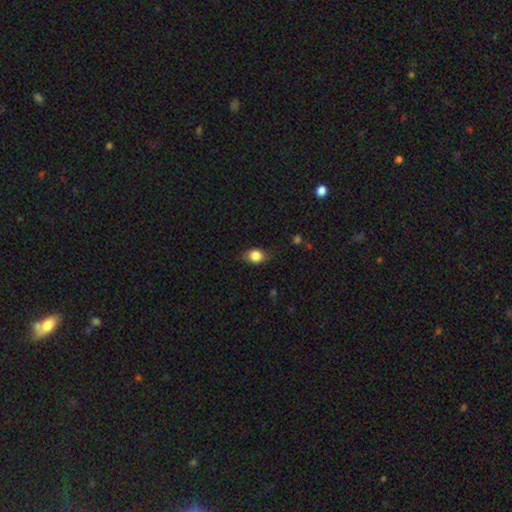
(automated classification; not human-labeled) This is clearly a smooth galaxy (83%). How rounded: possibly in between (53%). Merging: likely none (74%).